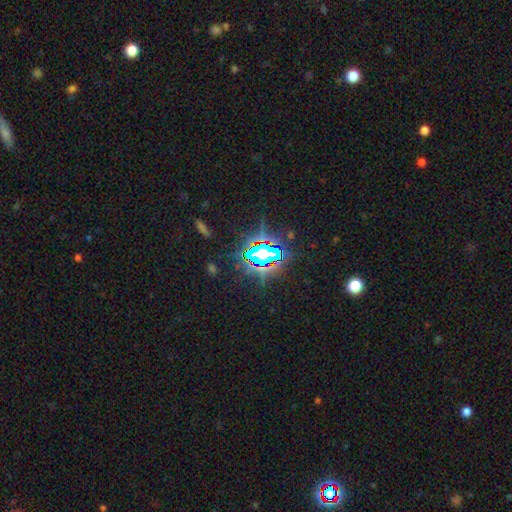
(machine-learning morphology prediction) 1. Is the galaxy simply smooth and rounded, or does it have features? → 81% star or artifact, 11% smooth, 8% featured or disk.